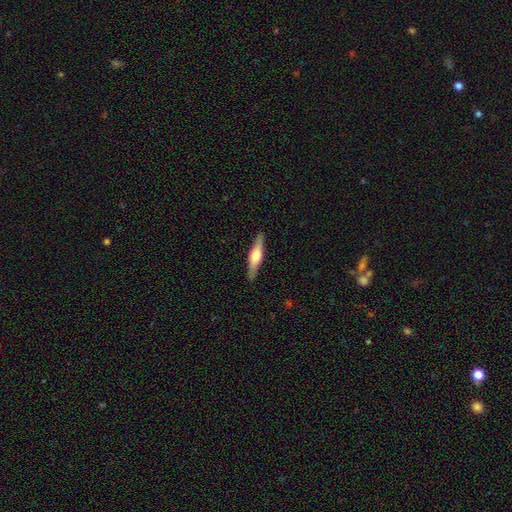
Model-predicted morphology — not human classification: A featured or disk galaxy (62%) viewed edge-on (96%) with a rounded central bulge (89%). Merging: none (90%).